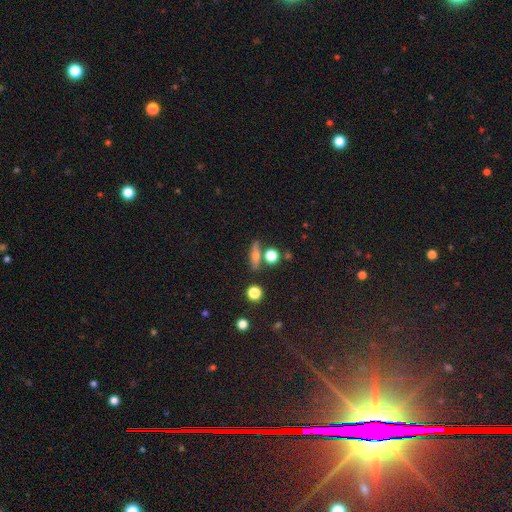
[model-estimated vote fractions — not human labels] Smooth or featured? smooth (48%)
Merging? none (75%)